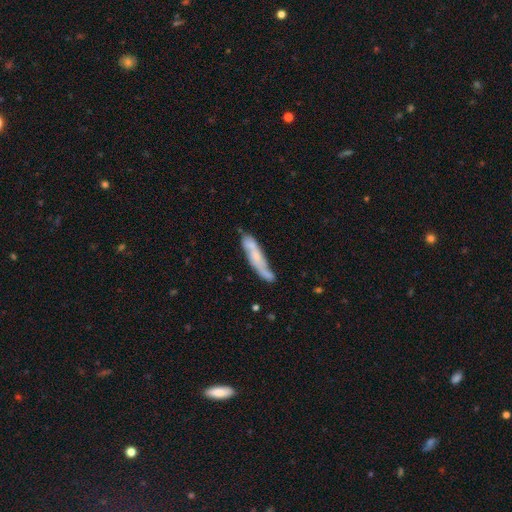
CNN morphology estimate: Smooth or featured? featured or disk (52%)
Edge-on disk? no (55%)
Merging? none (62%)